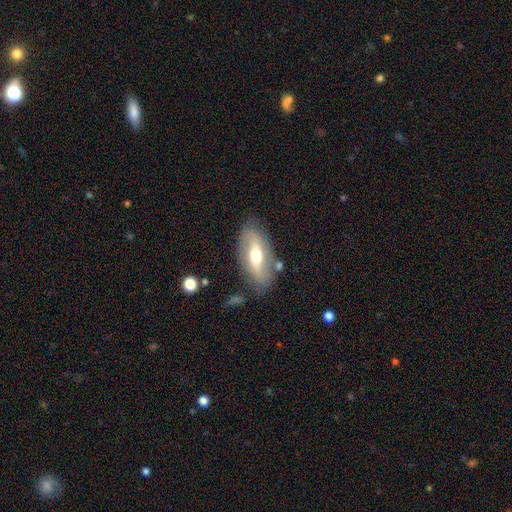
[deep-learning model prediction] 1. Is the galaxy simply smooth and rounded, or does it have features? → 57% featured or disk, 37% smooth, 6% star or artifact.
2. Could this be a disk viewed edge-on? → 78% no, 22% yes.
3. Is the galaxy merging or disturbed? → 76% none, 16% minor disturbance, 5% major disturbance, 4% merger.